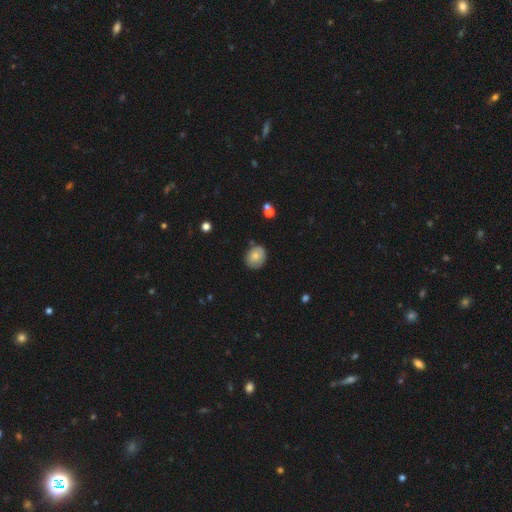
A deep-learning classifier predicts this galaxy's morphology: Smooth or featured? smooth (75%)
How rounded? round (58%)
Merging? none (75%)